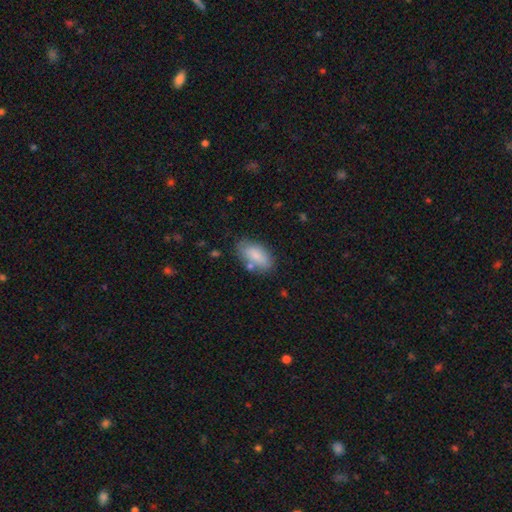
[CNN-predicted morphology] Smooth or featured?
  - smooth: 82% *
  - featured or disk: 11%
  - star or artifact: 7%
How rounded?
  - in between: 89% *
  - cigar-shaped: 7%
  - round: 3%
Merging?
  - none: 72% *
  - minor disturbance: 16%
  - merger: 7%
  - major disturbance: 4%